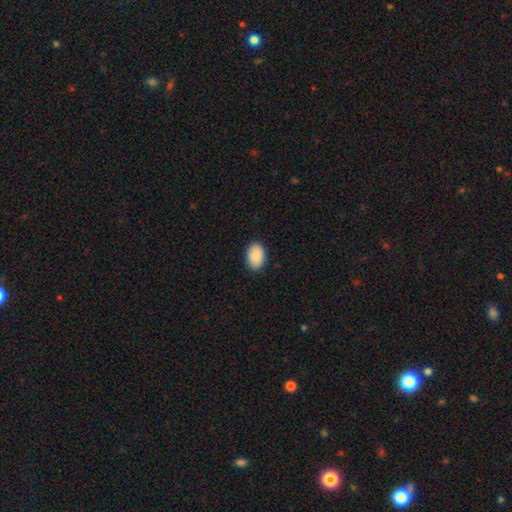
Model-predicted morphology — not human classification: The model was most divided on "merging": none: 89%, minor disturbance: 9%, major disturbance: 2%, merger: 1%. More confident: smooth or featured — smooth (90%); how rounded — in between (90%).